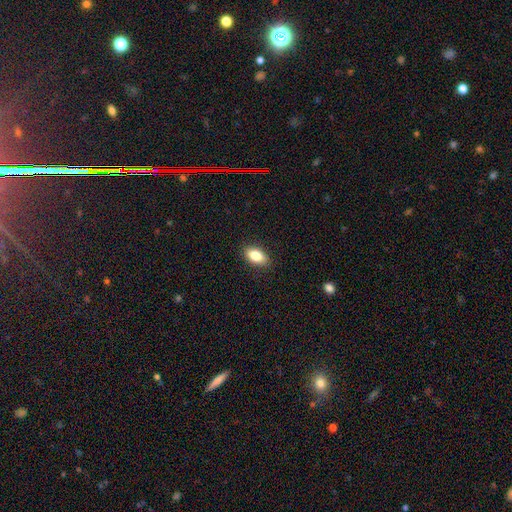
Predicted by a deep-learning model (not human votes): A smooth galaxy with no disk features (83%) that is in between round and cigar-shaped (90%). Merging: none (89%).